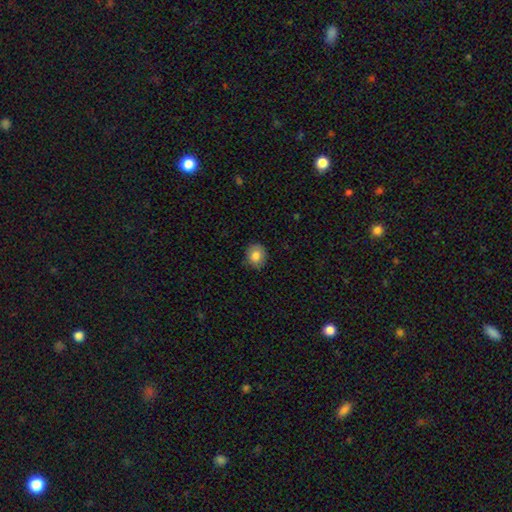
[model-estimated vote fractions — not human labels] Overall: smooth (83%). How rounded: round (80%). Merging: none (85%).